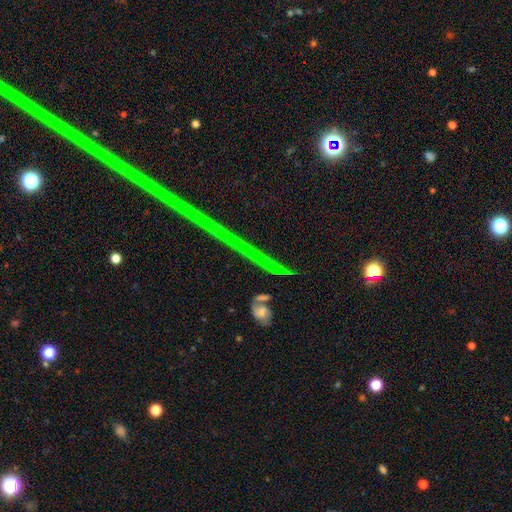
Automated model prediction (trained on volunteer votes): Overall: star or artifact (69%).